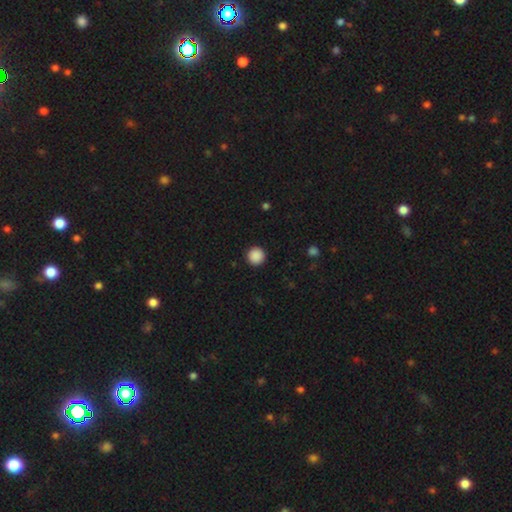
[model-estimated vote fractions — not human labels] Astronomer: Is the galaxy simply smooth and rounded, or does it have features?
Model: smooth — 89%.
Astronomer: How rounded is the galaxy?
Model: round — 96%.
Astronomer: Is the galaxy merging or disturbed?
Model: none — 93%.